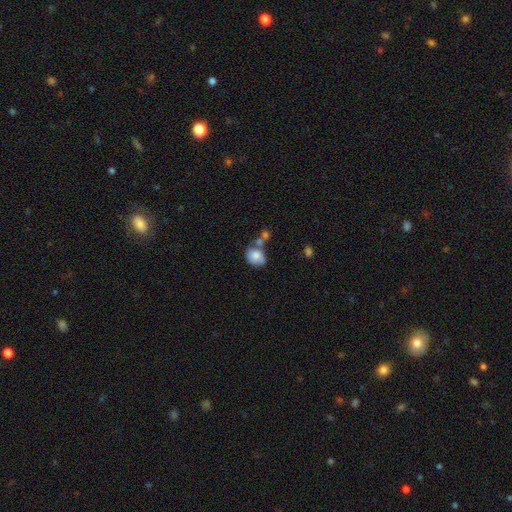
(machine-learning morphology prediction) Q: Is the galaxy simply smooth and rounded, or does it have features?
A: smooth — 74%.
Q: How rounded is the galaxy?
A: round — 52%.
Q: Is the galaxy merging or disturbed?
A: none — 35%.